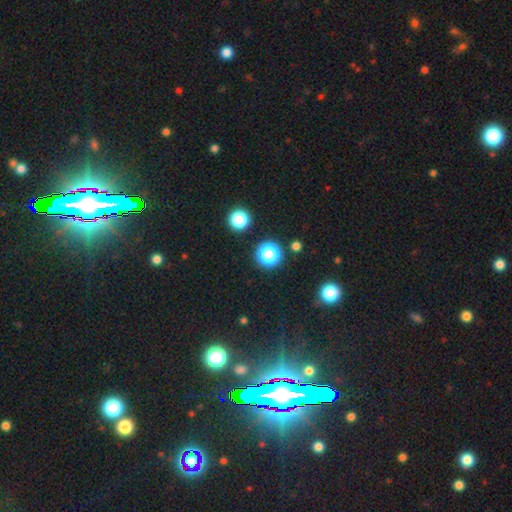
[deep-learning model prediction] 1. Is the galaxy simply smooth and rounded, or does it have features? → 83% star or artifact, 10% smooth, 7% featured or disk.